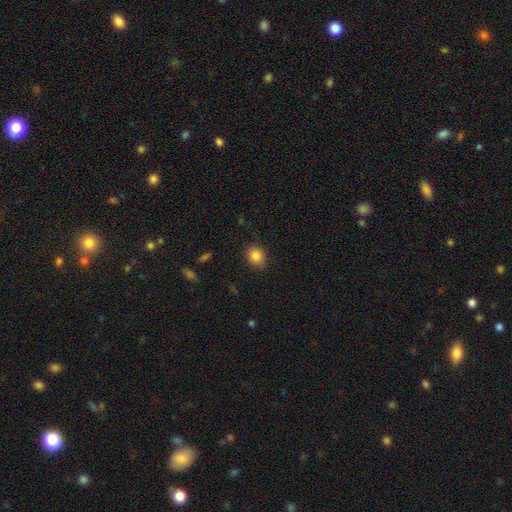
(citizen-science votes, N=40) A smooth galaxy with no disk features (85%) that is round (68%). Merging: none (67%).